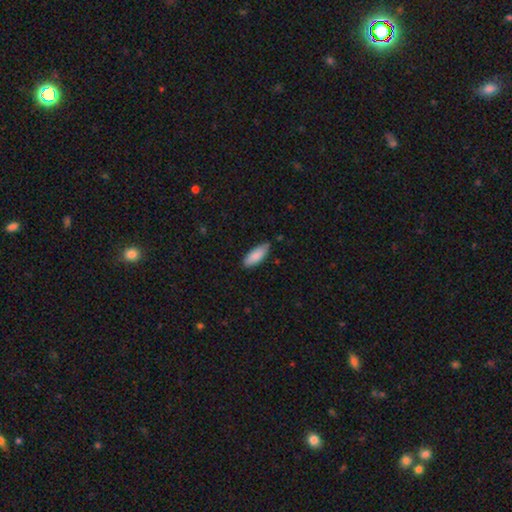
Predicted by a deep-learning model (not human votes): Smooth or featured? Predicted: smooth (p=0.86). How rounded? Predicted: in between (p=0.72). Merging? Predicted: none (p=0.80).